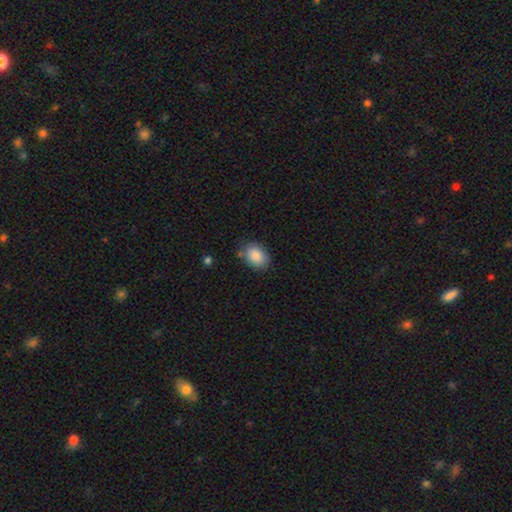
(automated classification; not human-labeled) The model was most divided on "how rounded": in between: 77%, round: 22%, cigar-shaped: 1%. More confident: smooth or featured — smooth (88%); merging — none (77%).